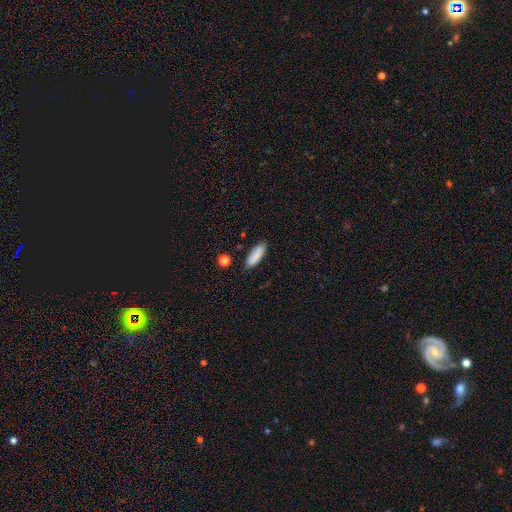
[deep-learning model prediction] This appears to be a smooth galaxy with no disk features (86%) that is in between round and cigar-shaped (60%). Merging: none (83%).